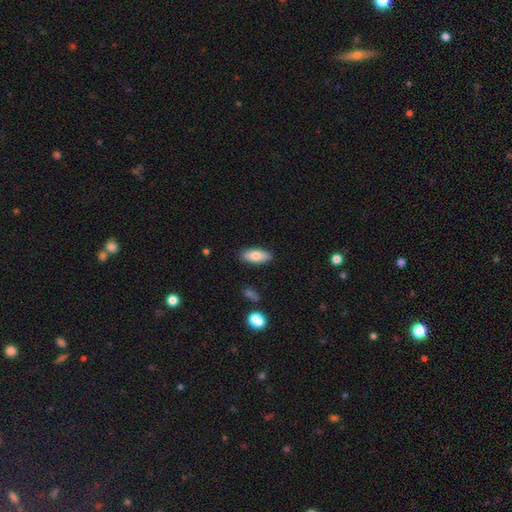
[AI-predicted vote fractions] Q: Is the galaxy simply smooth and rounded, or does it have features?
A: smooth — 78%.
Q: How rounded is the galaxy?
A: in between — 79%.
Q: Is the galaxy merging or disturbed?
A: none — 87%.